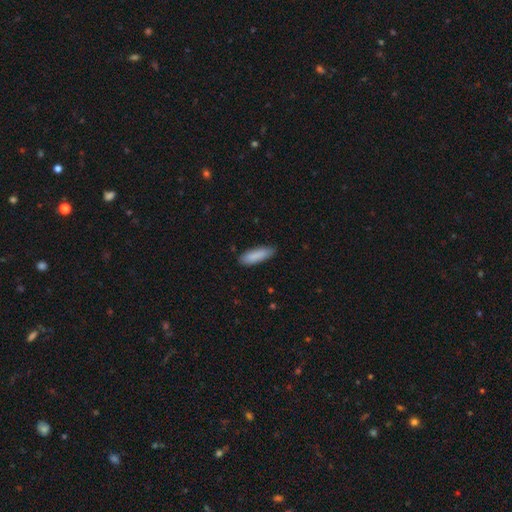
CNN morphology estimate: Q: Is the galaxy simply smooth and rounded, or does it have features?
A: smooth — 87%.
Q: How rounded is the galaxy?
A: cigar-shaped — 49%, tied with in between.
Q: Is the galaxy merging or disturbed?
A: none — 80%.